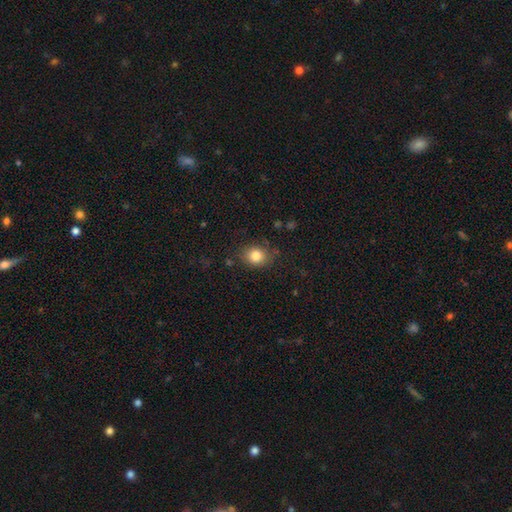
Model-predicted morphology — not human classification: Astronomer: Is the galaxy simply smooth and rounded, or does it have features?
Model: smooth — 82%.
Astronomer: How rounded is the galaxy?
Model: round — 63%.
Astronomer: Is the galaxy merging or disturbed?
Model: none — 80%.